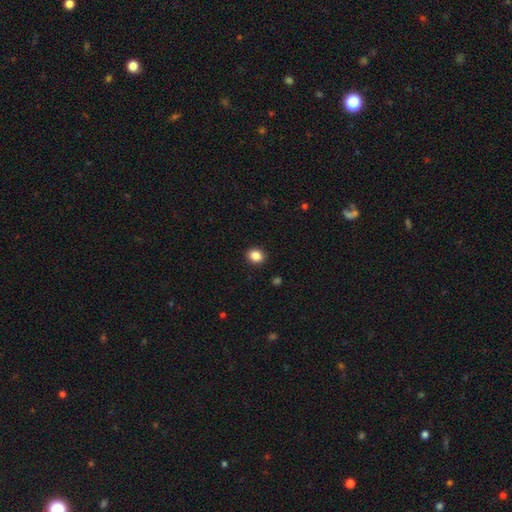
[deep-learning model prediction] Morphology: type=smooth (86%); roundness=round (57%); merging=none (91%).